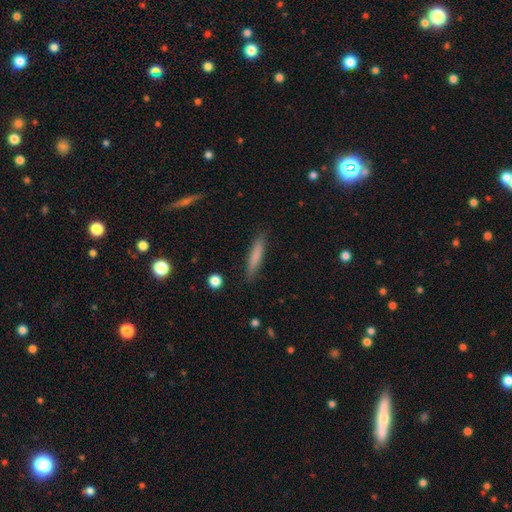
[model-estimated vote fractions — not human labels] Smooth or featured? Predicted: smooth (p=0.77). How rounded? Predicted: cigar-shaped (p=0.89). Merging? Predicted: none (p=0.88).